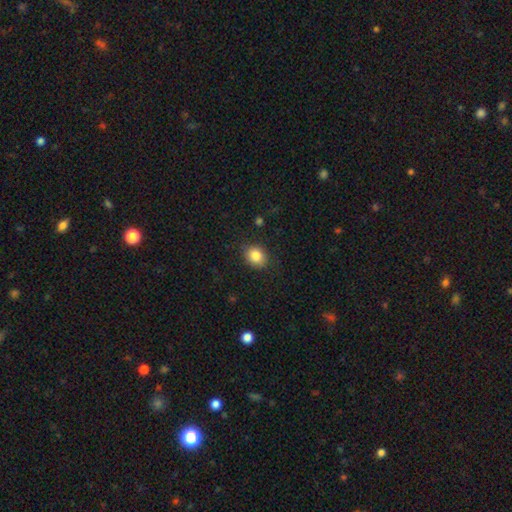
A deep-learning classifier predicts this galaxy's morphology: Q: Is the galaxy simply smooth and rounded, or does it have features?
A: smooth — 84%.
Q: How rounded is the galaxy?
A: round — 53%.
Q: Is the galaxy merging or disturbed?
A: none — 85%.